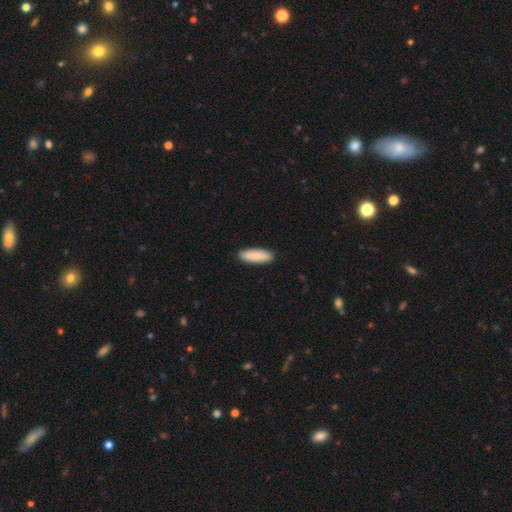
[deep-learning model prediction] smooth_or_featured: smooth (p=0.84) [alt: featured or disk p=0.11]
how_rounded: cigar-shaped (p=0.50) [alt: in between p=0.48]
merging: none (p=0.89) [alt: minor disturbance p=0.08]